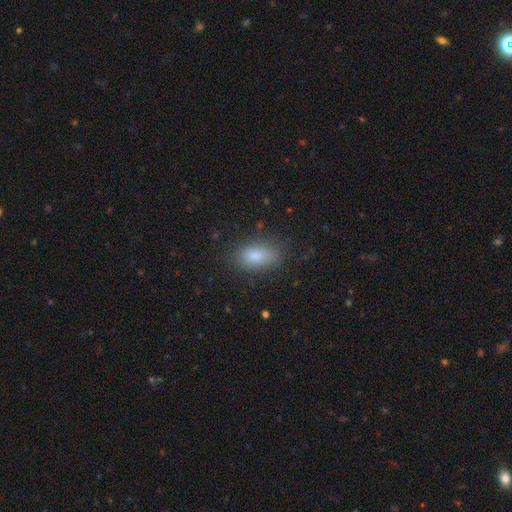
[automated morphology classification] Overall: smooth (83%). How rounded: in between (88%). Merging: none (76%).